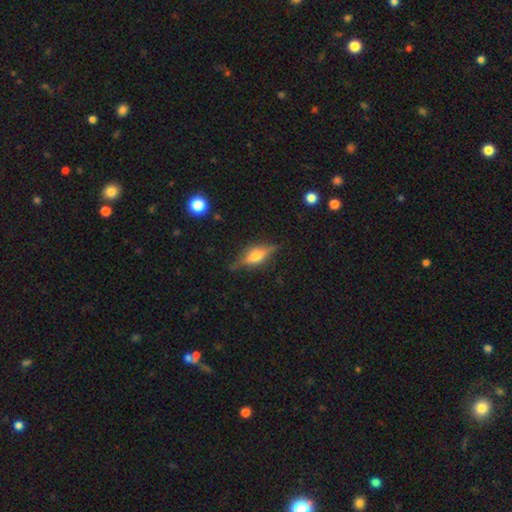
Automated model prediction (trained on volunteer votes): This appears to be a featured or disk galaxy (66%) viewed edge-on (94%) with a rounded central bulge (82%). Merging: none (82%).